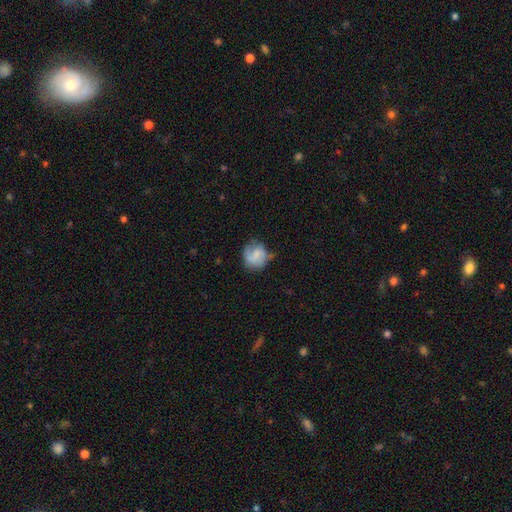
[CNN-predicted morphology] Smooth or featured: smooth — 55% (featured or disk — 37%)
How rounded: round — 76% (in between — 23%)
Merging: none — 54% (minor disturbance — 28%)